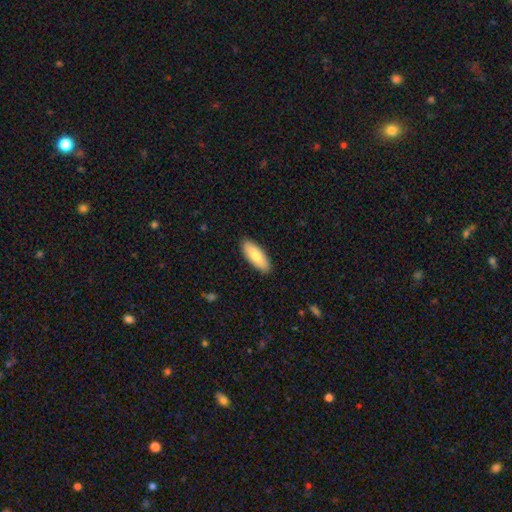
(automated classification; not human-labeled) This appears to be a smooth galaxy with no disk features (77%) that is in between round and cigar-shaped (78%). Merging: none (89%).